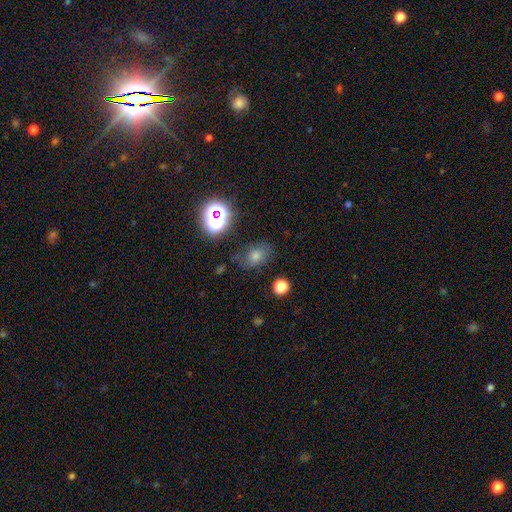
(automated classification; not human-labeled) This is possibly a smooth galaxy (60%). How rounded: likely in between (68%). Merging: likely none (70%).